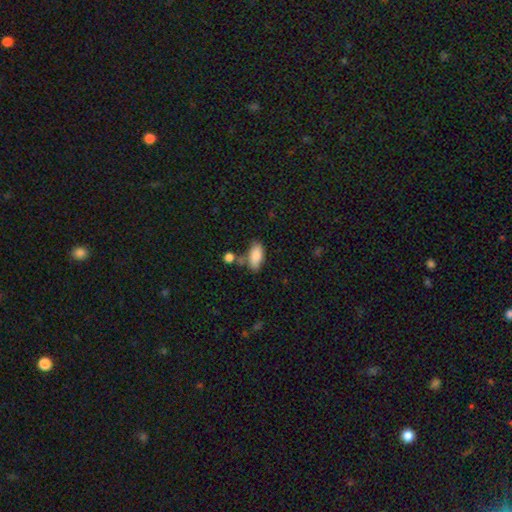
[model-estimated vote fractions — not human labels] The model was most divided on "merging": none: 59%, minor disturbance: 20%, merger: 14%, major disturbance: 6%. More confident: how rounded — in between (90%); smooth or featured — smooth (85%).